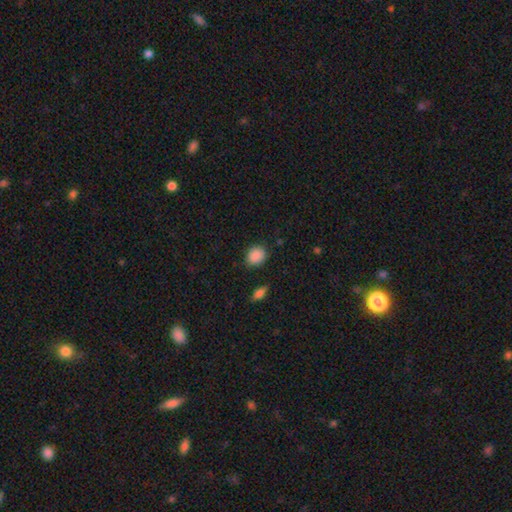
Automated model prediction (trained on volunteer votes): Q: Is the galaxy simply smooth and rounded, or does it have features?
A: smooth — 88%.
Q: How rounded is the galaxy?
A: round — 59%.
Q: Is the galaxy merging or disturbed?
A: none — 83%.